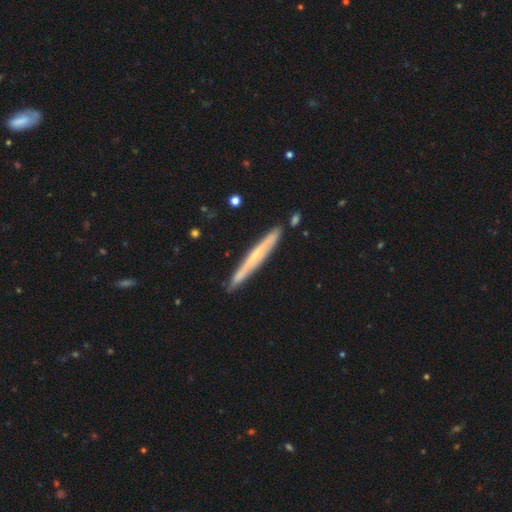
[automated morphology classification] Smooth or featured?
  - featured or disk: 53% *
  - smooth: 41%
  - star or artifact: 6%
Edge-on disk?
  - yes: 94% *
  - no: 6%
Merging?
  - none: 86% *
  - minor disturbance: 10%
  - merger: 2%
  - major disturbance: 2%